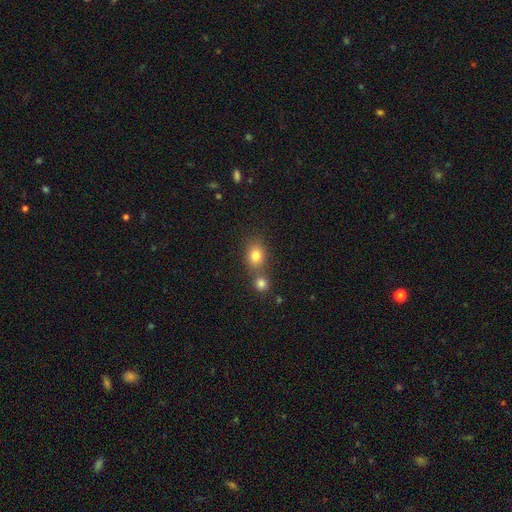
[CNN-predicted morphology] Q: Smooth or featured?
A: smooth (80%); runner-up: star or artifact (12%)
Q: How rounded?
A: round (54%); runner-up: in between (44%)
Q: Merging?
A: none (56%); runner-up: merger (31%)